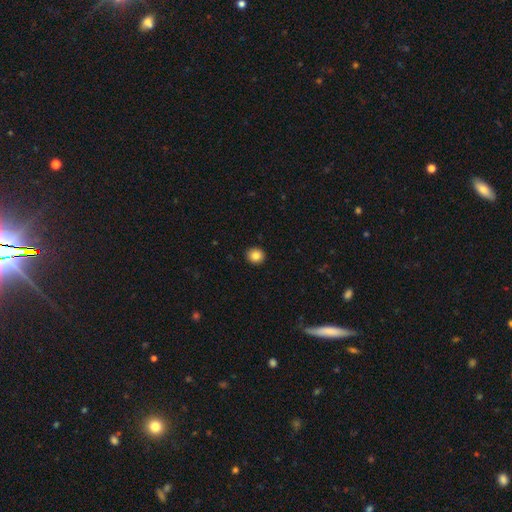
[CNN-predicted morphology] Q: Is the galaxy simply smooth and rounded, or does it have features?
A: smooth — 85%.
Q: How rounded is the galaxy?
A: round — 87%.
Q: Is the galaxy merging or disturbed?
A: none — 93%.